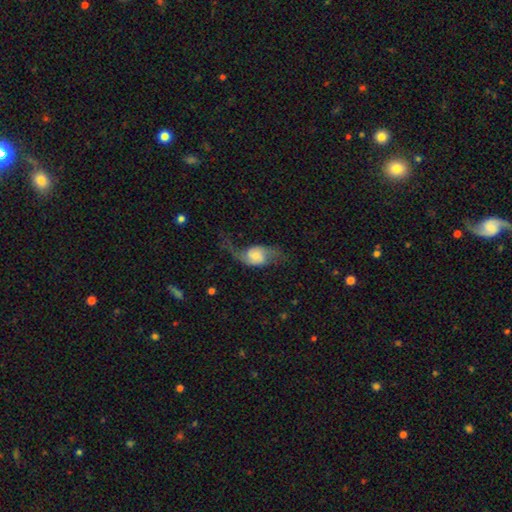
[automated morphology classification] Smooth or featured? featured or disk (72%)
Edge-on disk? no (95%)
Bar? no (60%)
Spiral arms? yes (91%)
Spiral winding? loose (76%)
Spiral arm count? 2 (86%)
Bulge size? small (44%)
Merging? none (48%)